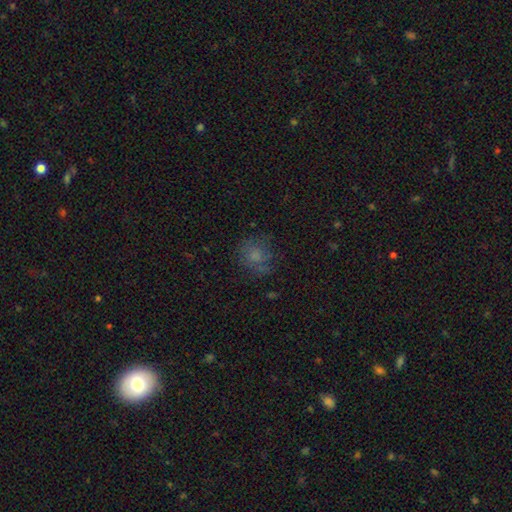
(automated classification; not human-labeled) Smooth or featured? smooth (66%)
How rounded? round (79%)
Merging? none (64%)